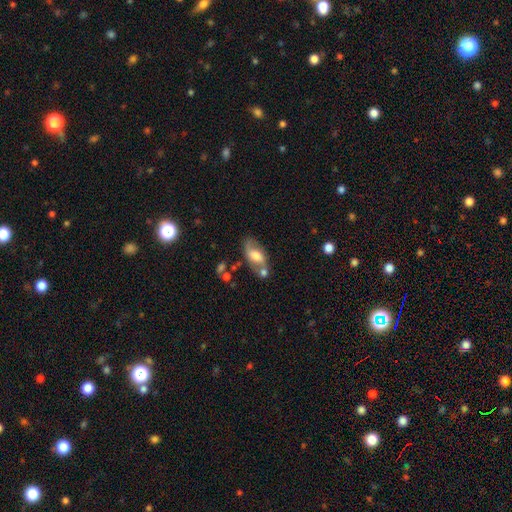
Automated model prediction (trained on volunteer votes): Smooth or featured: featured or disk — 47% (smooth — 45%)
Merging: none — 46% (merger — 24%)